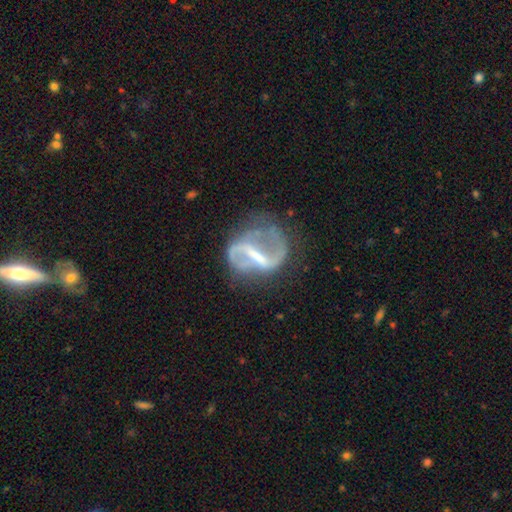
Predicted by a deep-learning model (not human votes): featured or disk 82%, smooth 10%, star or artifact 8%. Down the decision tree: edge-on disk — no (97%); bar — strong (65%); spiral arms — yes (80%); spiral arm count — 2 (77%); spiral winding — loose (48%); bulge size — none (38%); merging — none (48%).